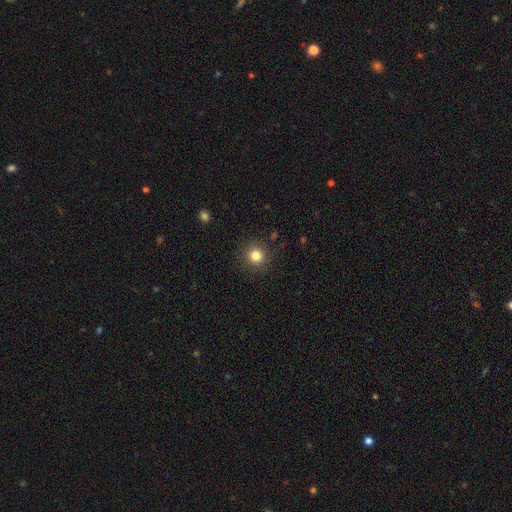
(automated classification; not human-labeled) Smooth or featured? Predicted: smooth (p=0.82). How rounded? Predicted: round (p=0.94). Merging? Predicted: none (p=0.90).